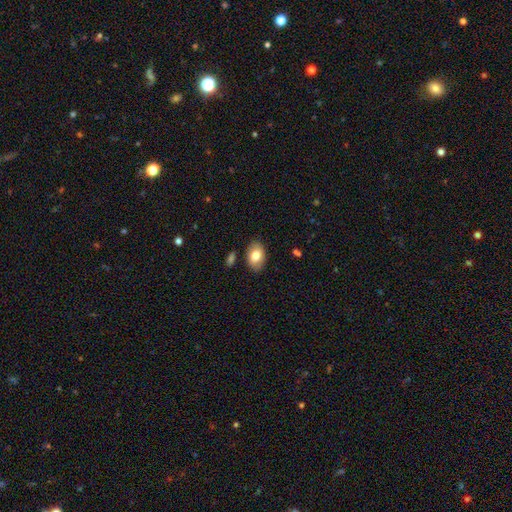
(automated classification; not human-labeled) Smooth or featured? smooth (80%)
How rounded? in between (87%)
Merging? none (83%)